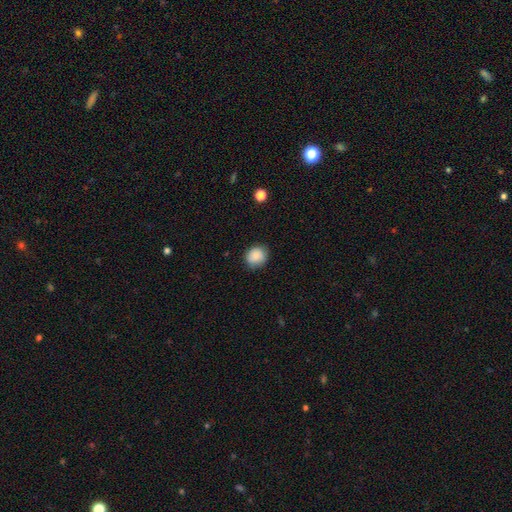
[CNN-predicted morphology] Q: Smooth or featured?
A: smooth (84%); runner-up: star or artifact (8%)
Q: How rounded?
A: round (75%); runner-up: in between (24%)
Q: Merging?
A: none (81%); runner-up: minor disturbance (15%)